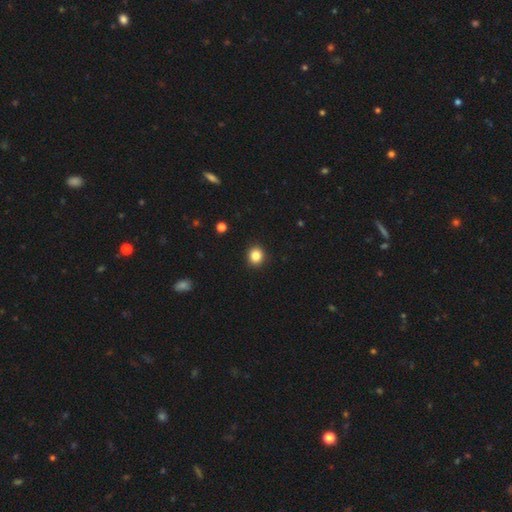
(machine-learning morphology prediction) Smooth or featured: smooth — 85% (star or artifact — 11%)
How rounded: round — 84% (in between — 15%)
Merging: none — 92% (minor disturbance — 5%)